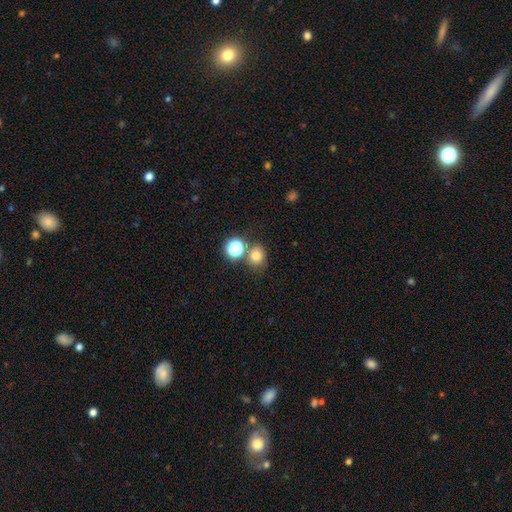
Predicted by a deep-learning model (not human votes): Morphology: type=smooth (75%); roundness=round (76%); merging=none (67%).